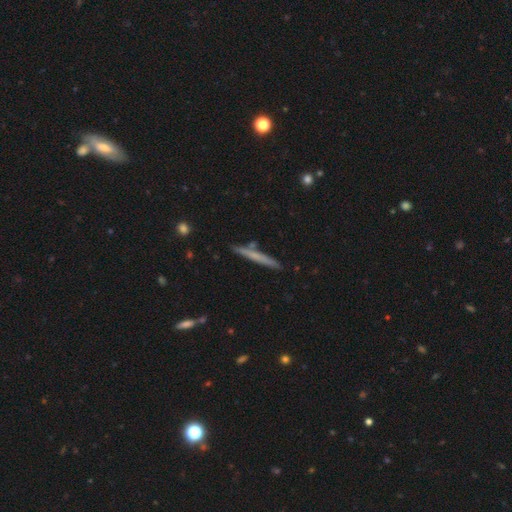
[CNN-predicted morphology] A smooth galaxy with no disk features (53%) that is cigar-shaped (96%). Merging: none (86%).